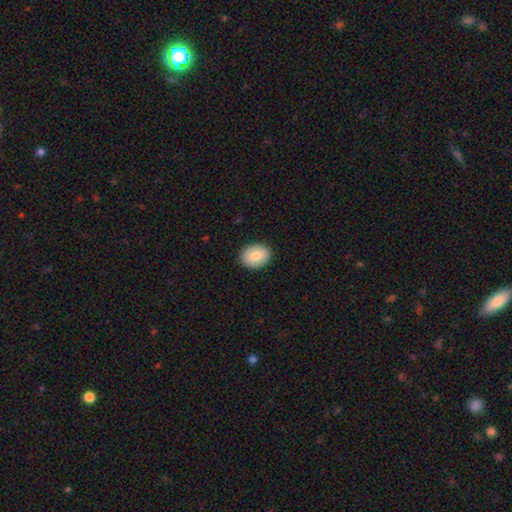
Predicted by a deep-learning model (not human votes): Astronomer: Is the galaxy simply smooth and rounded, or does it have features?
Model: smooth — 84%.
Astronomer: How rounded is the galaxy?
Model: in between — 61% (runner-up: round, 38%).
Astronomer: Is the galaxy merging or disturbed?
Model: none — 89%.